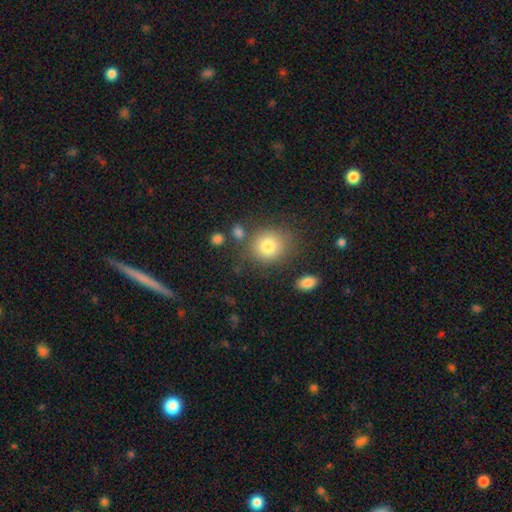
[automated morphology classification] A smooth galaxy with no disk features (73%) that is round (83%).

Vote fractions:
- Smooth or featured? smooth: 73% / star or artifact: 15% / featured or disk: 12%
- How rounded? round: 83% / in between: 15% / cigar-shaped: 2%
- Merging? none: 81% / minor disturbance: 9% / merger: 7% / major disturbance: 3%